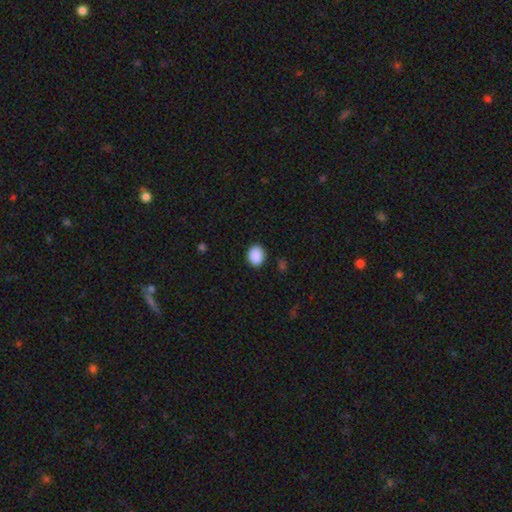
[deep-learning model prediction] A smooth galaxy with no disk features (90%) that is in between round and cigar-shaped (52%). Merging: none (88%).